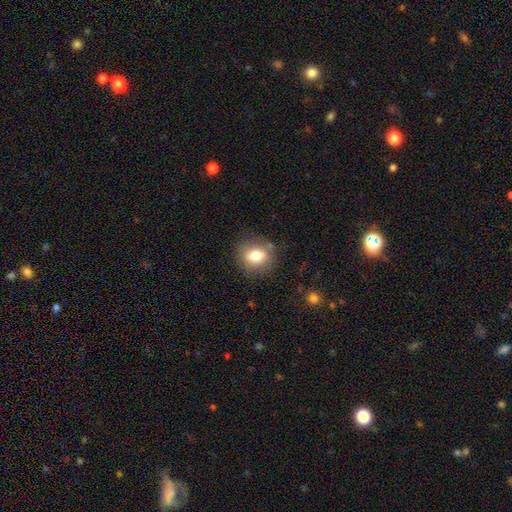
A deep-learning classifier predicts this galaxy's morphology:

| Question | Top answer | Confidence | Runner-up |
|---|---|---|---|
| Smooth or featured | smooth | 76% | featured or disk (15%) |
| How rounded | round | 63% | in between (35%) |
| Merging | none | 79% | minor disturbance (14%) |